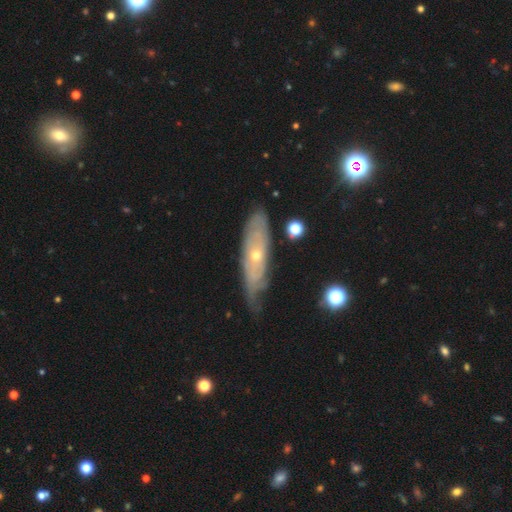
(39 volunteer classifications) smooth-or-featured: featured or disk: 69% | smooth: 28% | star or artifact: 3%
  disk-edge-on: no: 67% | yes: 33%
    bar: no: 94% | weak: 6% | strong: 0%
    has-spiral-arms: yes: 72% | no: 28%
      spiral-winding: tight: 85% | medium: 8% | loose: 8%
      spiral-arm-count: can't tell: 85% | 2: 8% | 3: 8% | 1: 0% | 4: 0% | more than 4: 0%
    bulge-size: small: 72% | moderate: 28% | dominant: 0% | large: 0% | none: 0%
  merging: none: 61% | minor disturbance: 29% | major disturbance: 8% | merger: 3%